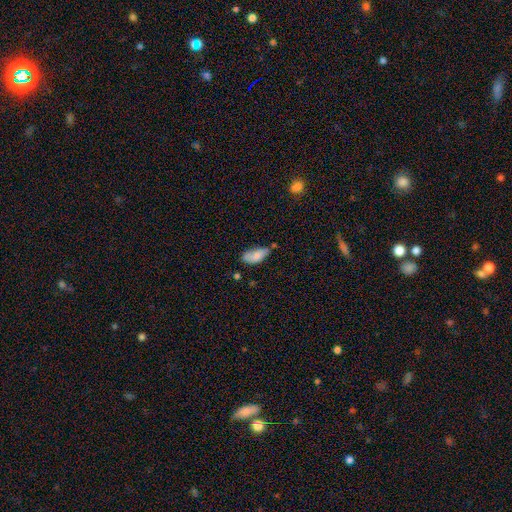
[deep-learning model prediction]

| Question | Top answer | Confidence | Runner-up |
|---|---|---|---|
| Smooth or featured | smooth | 77% | featured or disk (16%) |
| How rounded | in between | 89% | cigar-shaped (8%) |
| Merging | none | 44% | minor disturbance (37%) |